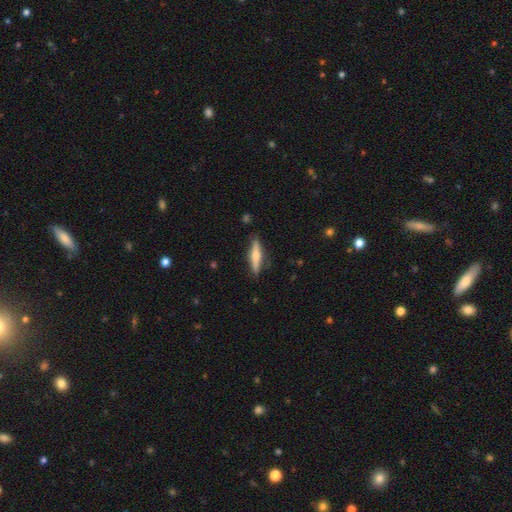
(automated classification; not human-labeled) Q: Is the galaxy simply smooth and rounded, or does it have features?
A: smooth — 51%.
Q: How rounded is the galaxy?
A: cigar-shaped — 80%.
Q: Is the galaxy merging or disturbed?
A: none — 85%.